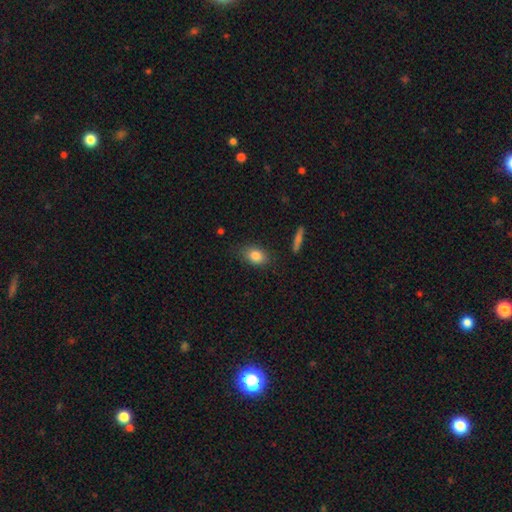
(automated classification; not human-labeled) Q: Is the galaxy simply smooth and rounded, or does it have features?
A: smooth — 83%.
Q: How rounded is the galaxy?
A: in between — 79%.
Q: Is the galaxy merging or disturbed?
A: none — 80%.